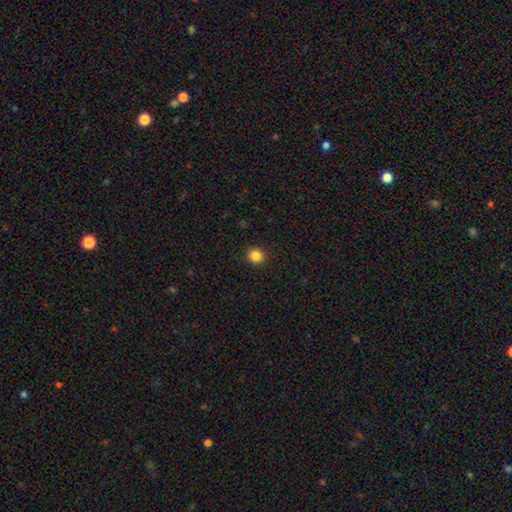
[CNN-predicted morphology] Q: Smooth or featured?
A: smooth (85%); runner-up: star or artifact (11%)
Q: How rounded?
A: round (85%); runner-up: in between (14%)
Q: Merging?
A: none (92%); runner-up: minor disturbance (5%)